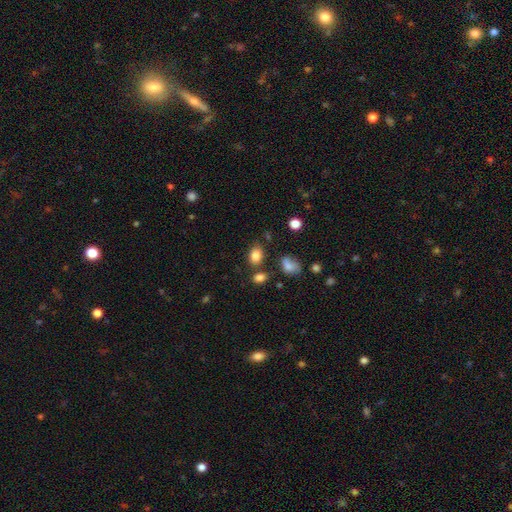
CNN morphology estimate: Smooth or featured? smooth (83%)
How rounded? in between (69%)
Merging? none (73%)